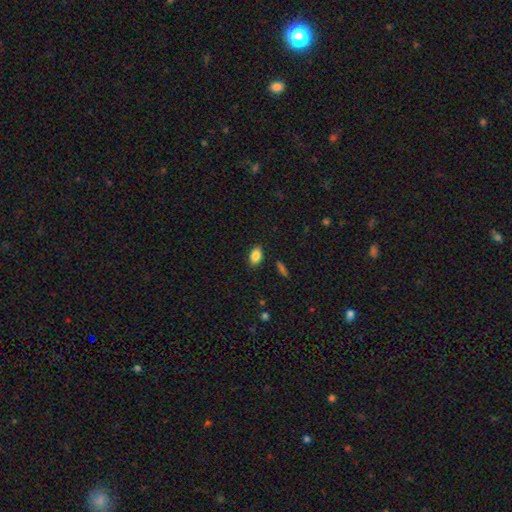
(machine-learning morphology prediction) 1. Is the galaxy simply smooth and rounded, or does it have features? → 86% smooth, 8% star or artifact, 6% featured or disk.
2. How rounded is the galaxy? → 88% in between, 10% round, 2% cigar-shaped.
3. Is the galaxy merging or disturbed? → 88% none, 9% minor disturbance, 2% major disturbance, 2% merger.